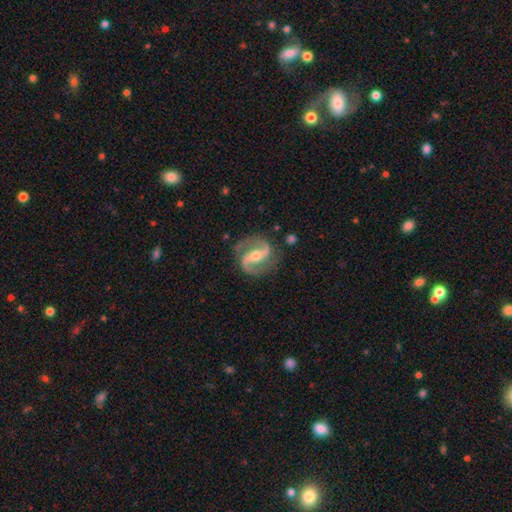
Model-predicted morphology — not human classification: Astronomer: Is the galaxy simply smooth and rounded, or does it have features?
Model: featured or disk — 91%.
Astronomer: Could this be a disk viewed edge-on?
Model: no — 97%.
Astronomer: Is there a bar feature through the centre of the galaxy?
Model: strong — 51% (runner-up: weak, 31%).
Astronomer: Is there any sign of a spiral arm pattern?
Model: yes — 97%.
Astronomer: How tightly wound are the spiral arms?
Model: medium — 56%.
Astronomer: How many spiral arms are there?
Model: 2 — 94%.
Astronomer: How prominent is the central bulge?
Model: moderate — 57% (runner-up: small, 38%).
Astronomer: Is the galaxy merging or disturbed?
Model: none — 82%.